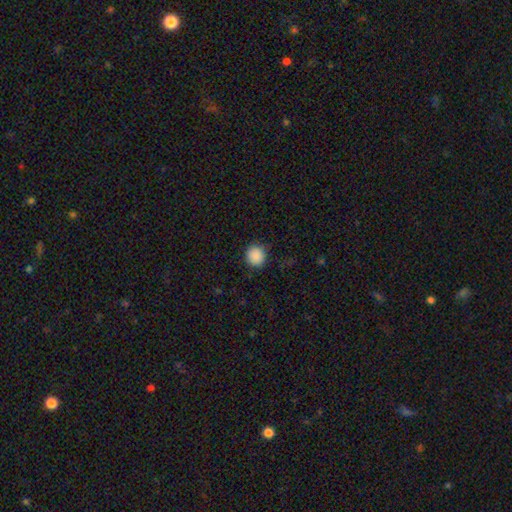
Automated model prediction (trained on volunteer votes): Smooth or featured?
  - smooth: 89% *
  - star or artifact: 9%
  - featured or disk: 3%
How rounded?
  - round: 88% *
  - in between: 11%
  - cigar-shaped: 1%
Merging?
  - none: 87% *
  - minor disturbance: 9%
  - major disturbance: 3%
  - merger: 1%